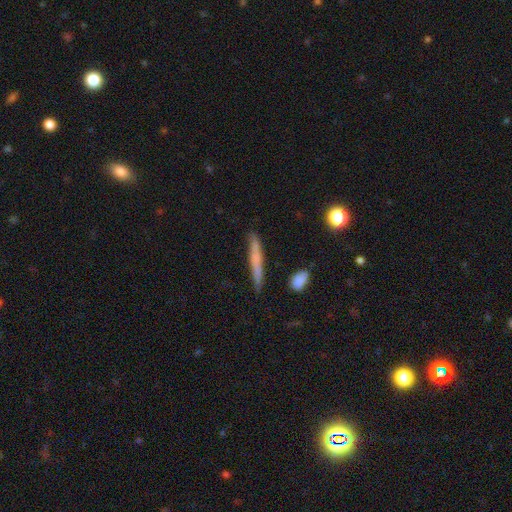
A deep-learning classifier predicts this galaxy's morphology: smooth 58%, featured or disk 34%, star or artifact 8%. Down the decision tree: how rounded — cigar-shaped (94%); merging — none (85%).